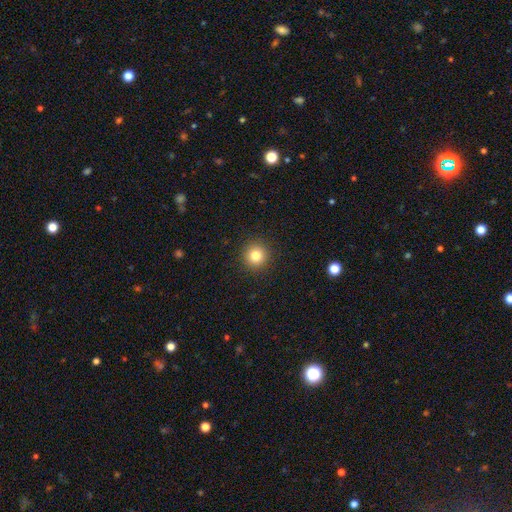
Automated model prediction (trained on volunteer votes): Smooth or featured? smooth (82%)
How rounded? round (95%)
Merging? none (92%)